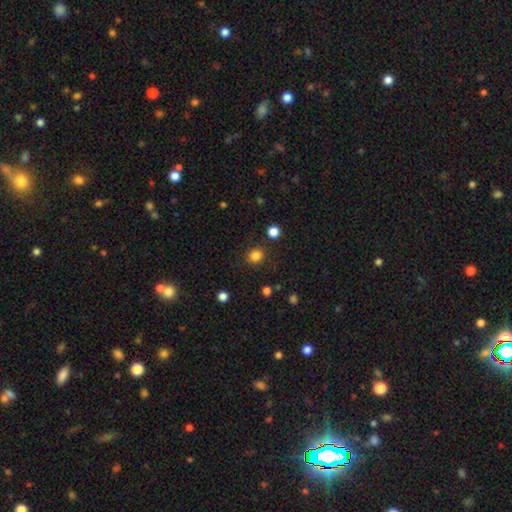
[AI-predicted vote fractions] Q: Smooth or featured?
A: smooth (83%); runner-up: star or artifact (13%)
Q: How rounded?
A: round (86%); runner-up: in between (14%)
Q: Merging?
A: none (86%); runner-up: minor disturbance (8%)